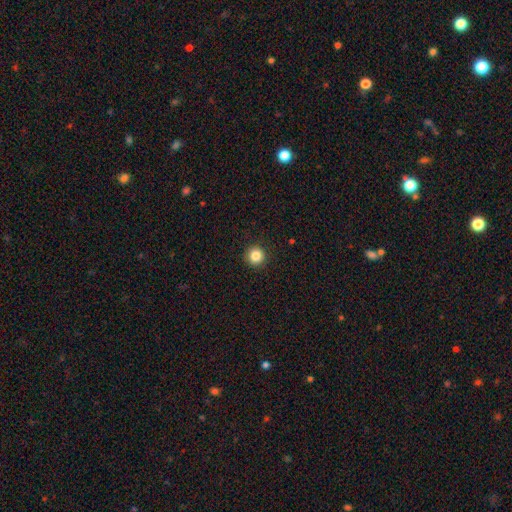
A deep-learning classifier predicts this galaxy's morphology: Smooth or featured: smooth — 85% (star or artifact — 11%)
How rounded: round — 95% (in between — 4%)
Merging: none — 93% (minor disturbance — 5%)